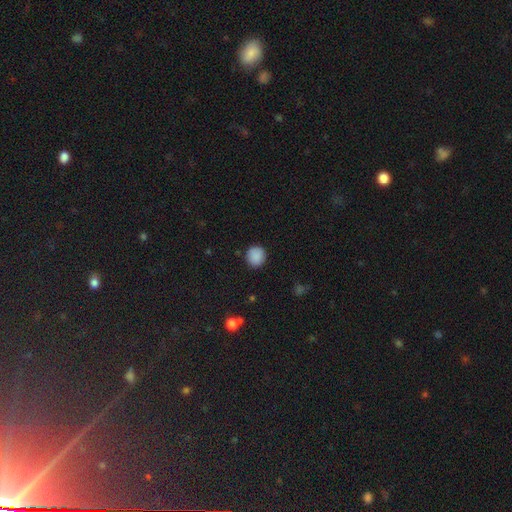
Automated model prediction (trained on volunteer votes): Smooth or featured? Predicted: smooth (p=0.88). How rounded? Predicted: round (p=0.91). Merging? Predicted: none (p=0.89).